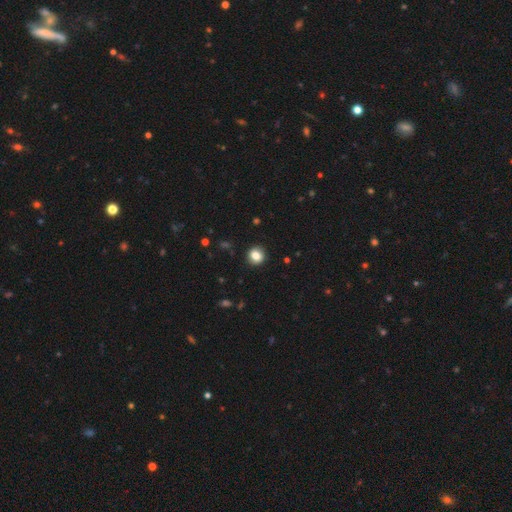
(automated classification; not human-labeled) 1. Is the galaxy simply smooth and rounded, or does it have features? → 83% smooth, 10% star or artifact, 8% featured or disk.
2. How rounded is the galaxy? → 84% round, 15% in between, 1% cigar-shaped.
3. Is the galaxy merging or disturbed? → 90% none, 7% minor disturbance, 2% major disturbance, 1% merger.